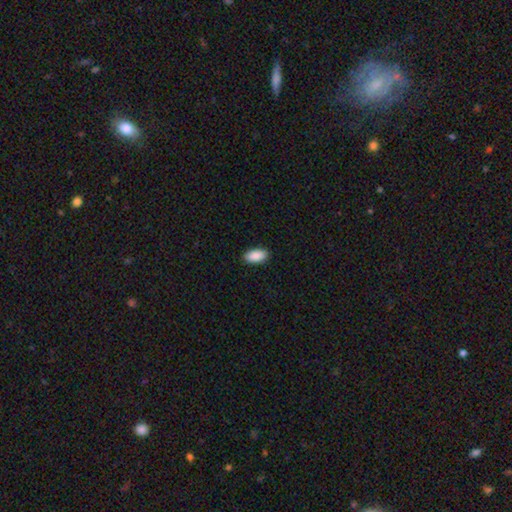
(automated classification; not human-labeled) Smooth or featured?
  - smooth: 91% *
  - star or artifact: 6%
  - featured or disk: 3%
How rounded?
  - in between: 94% *
  - cigar-shaped: 3%
  - round: 2%
Merging?
  - none: 90% *
  - minor disturbance: 7%
  - major disturbance: 2%
  - merger: 1%